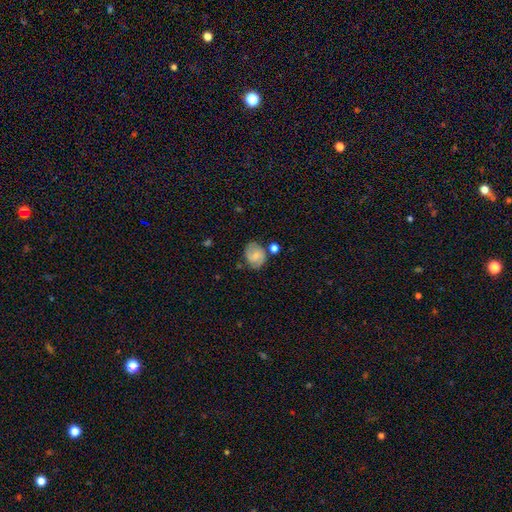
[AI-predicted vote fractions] Overall: smooth (47%; featured or disk 45%). Merging: none (65%).